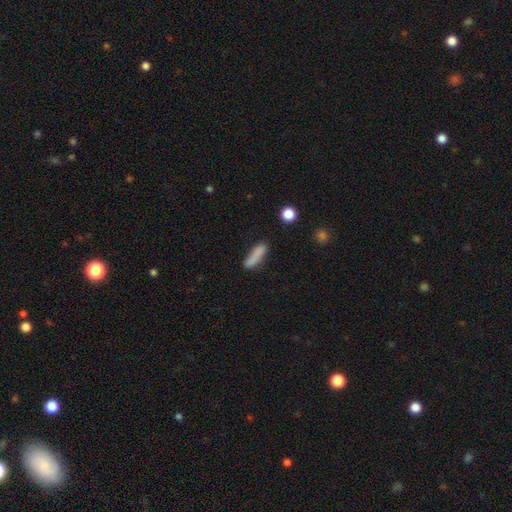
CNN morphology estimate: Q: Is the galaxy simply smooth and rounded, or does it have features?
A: smooth — 82%.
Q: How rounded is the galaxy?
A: cigar-shaped — 70%.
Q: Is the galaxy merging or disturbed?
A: none — 71%.